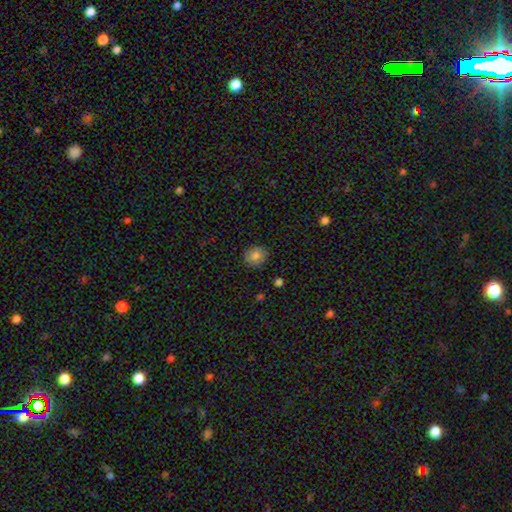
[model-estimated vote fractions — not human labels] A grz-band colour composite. It shows a smooth galaxy with no disk features (81%) that is round (80%). Merging: none (89%).